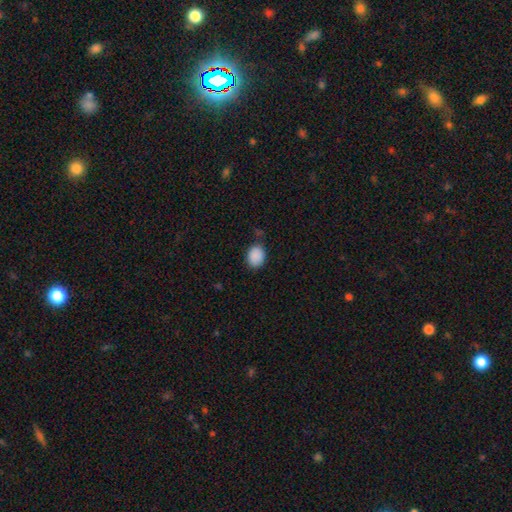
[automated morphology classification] Smooth or featured? Predicted: smooth (p=0.89). How rounded? Predicted: in between (p=0.54). Merging? Predicted: none (p=0.73).